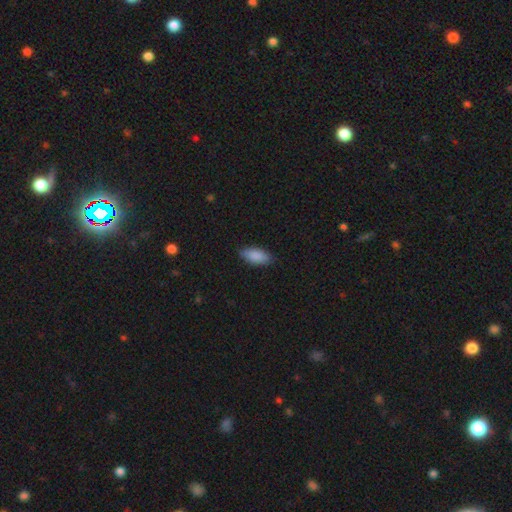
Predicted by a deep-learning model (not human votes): A smooth galaxy with no disk features (89%) that is in between round and cigar-shaped (88%). Merging: none (84%).